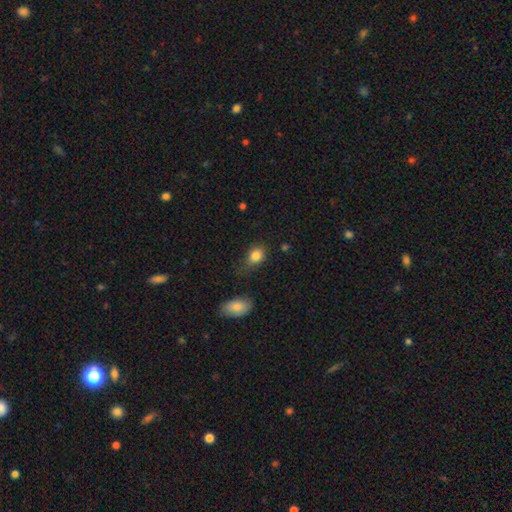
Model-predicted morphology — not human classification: Overall: smooth (84%). How rounded: in between (63%; round 35%). Merging: none (62%; minor disturbance 24%).